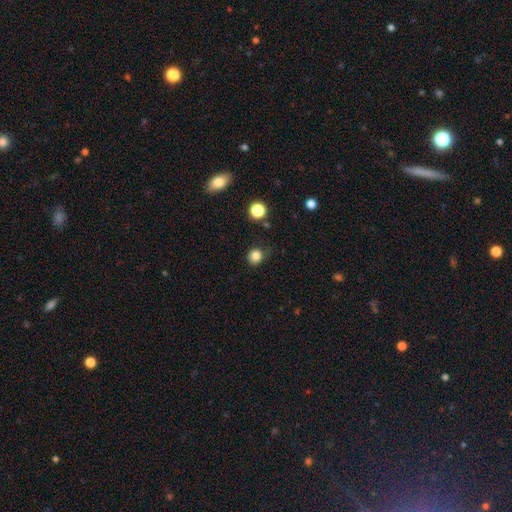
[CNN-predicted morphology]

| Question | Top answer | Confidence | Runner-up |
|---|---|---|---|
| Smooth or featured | smooth | 82% | star or artifact (12%) |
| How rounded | round | 82% | in between (17%) |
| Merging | none | 72% | minor disturbance (20%) |